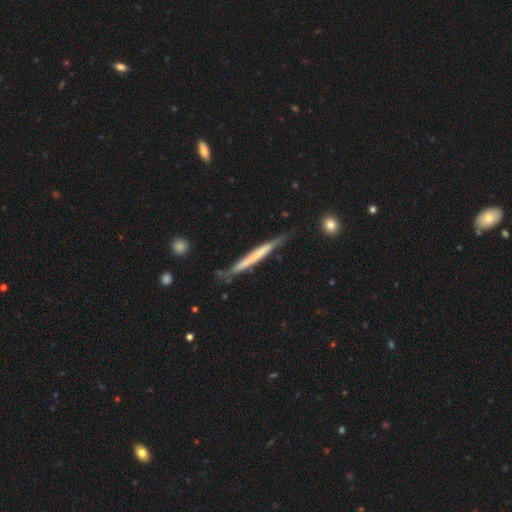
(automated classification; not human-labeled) The model was most divided on "smooth or featured": featured or disk: 49%, smooth: 45%, star or artifact: 5%. More confident: merging — none (75%).